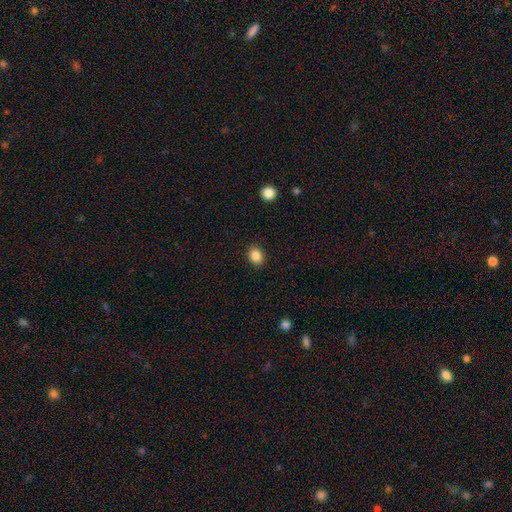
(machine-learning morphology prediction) This is clearly a smooth galaxy (86%). How rounded: possibly in between (54%). Merging: clearly none (89%).